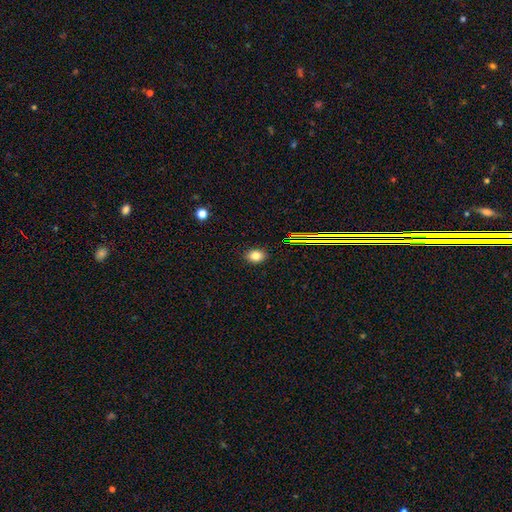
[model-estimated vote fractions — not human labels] Smooth or featured? smooth (79%)
How rounded? in between (66%)
Merging? none (89%)